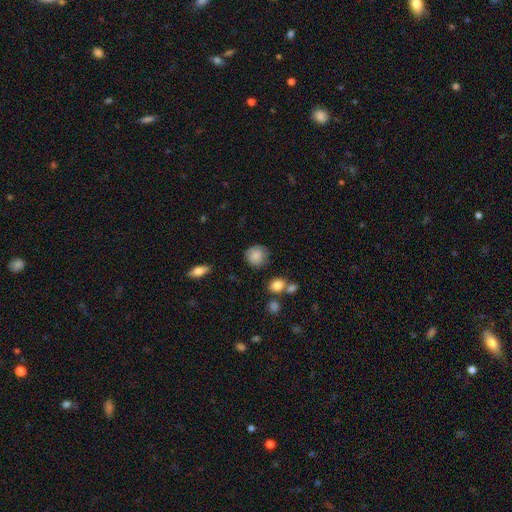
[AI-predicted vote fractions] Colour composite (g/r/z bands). It shows a smooth galaxy with no disk features (81%) that is round (85%). Merging: none (75%).